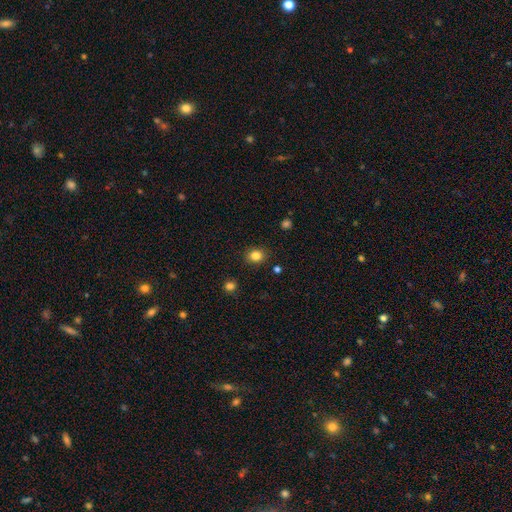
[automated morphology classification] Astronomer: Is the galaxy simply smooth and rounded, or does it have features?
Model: smooth — 83%.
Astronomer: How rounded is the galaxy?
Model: round — 69%.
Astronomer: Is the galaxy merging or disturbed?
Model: none — 88%.